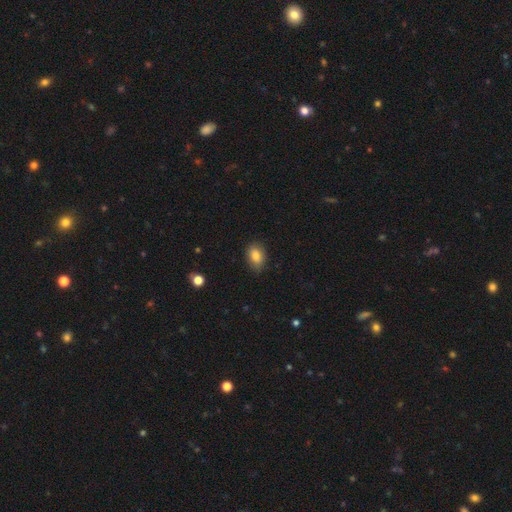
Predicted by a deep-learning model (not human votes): A smooth galaxy with no disk features (84%) that is in between round and cigar-shaped (82%). Merging: none (83%).